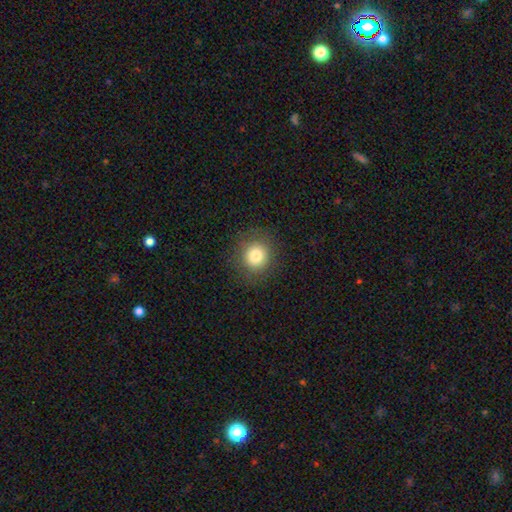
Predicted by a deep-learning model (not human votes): smooth 81%, star or artifact 12%, featured or disk 7%. Down the decision tree: how rounded — round (90%); merging — none (88%).